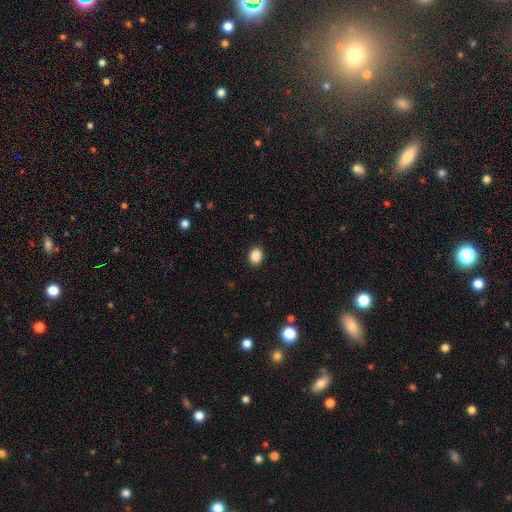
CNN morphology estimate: Smooth or featured? Predicted: smooth (p=0.87). How rounded? Predicted: round (p=0.56). Merging? Predicted: none (p=0.91).